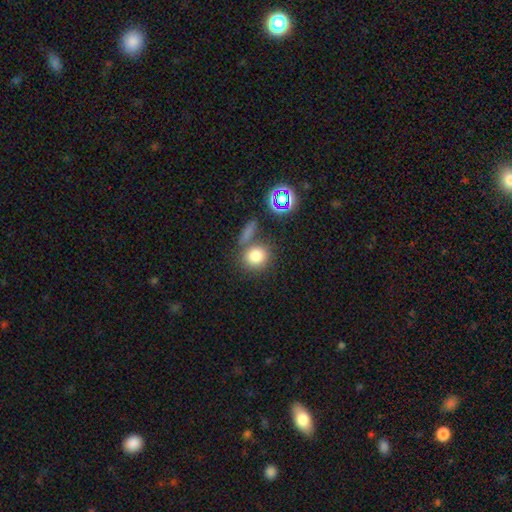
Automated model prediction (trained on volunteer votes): smooth_or_featured: smooth (p=0.77) [alt: star or artifact p=0.14]
how_rounded: round (p=0.77) [alt: in between p=0.22]
merging: none (p=0.62) [alt: merger p=0.22]